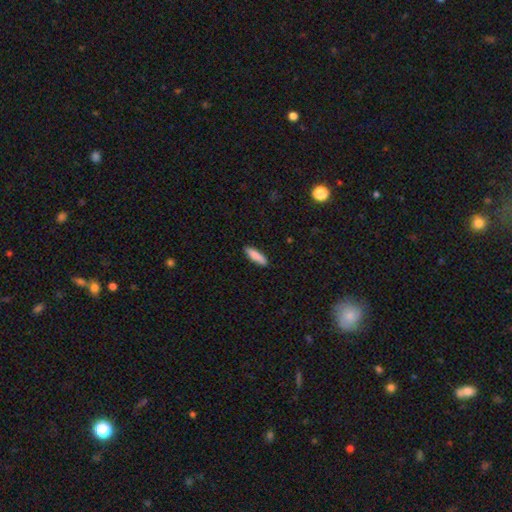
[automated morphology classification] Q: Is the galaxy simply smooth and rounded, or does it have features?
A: smooth — 87%.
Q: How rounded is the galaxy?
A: cigar-shaped — 69%.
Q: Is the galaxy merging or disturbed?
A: none — 89%.